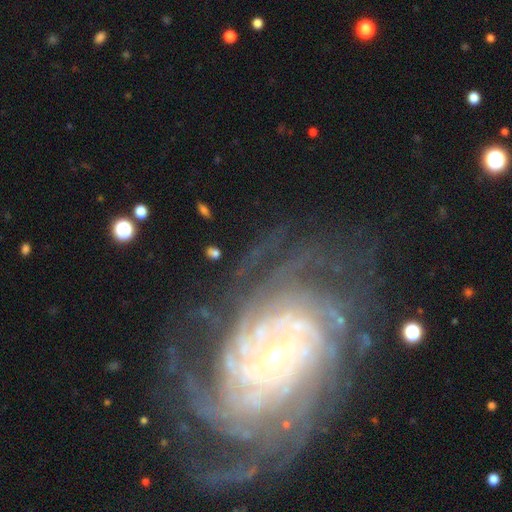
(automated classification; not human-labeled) This appears to be a featured or disk galaxy (89%) with no bar (58%), more than 4 (33%) tight (75%) spiral arms (98%) and a small central bulge (83%). Merging: none (71%).